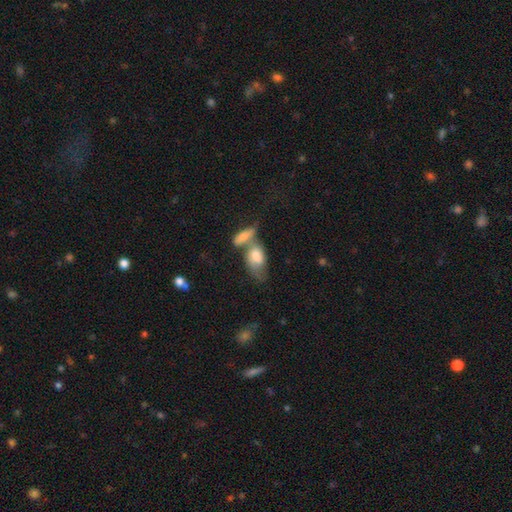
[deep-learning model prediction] The model was most divided on "smooth or featured": smooth: 66%, featured or disk: 26%, star or artifact: 8%. More confident: how rounded — in between (86%); merging — merger (59%).